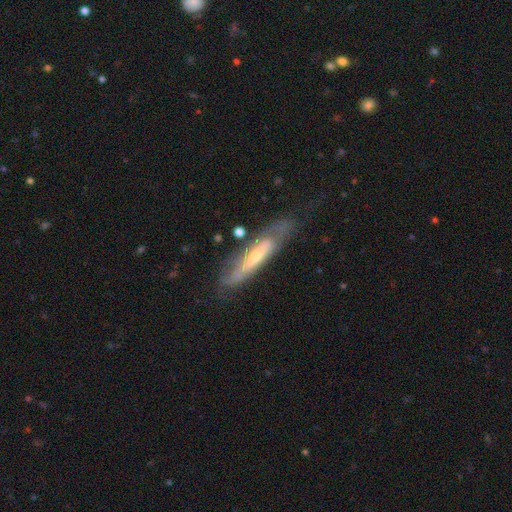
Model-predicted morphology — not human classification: smooth-or-featured: featured or disk: 60% | smooth: 33% | star or artifact: 6%
  disk-edge-on: yes: 53% | no: 47%
  merging: none: 60% | minor disturbance: 24% | major disturbance: 13% | merger: 3%